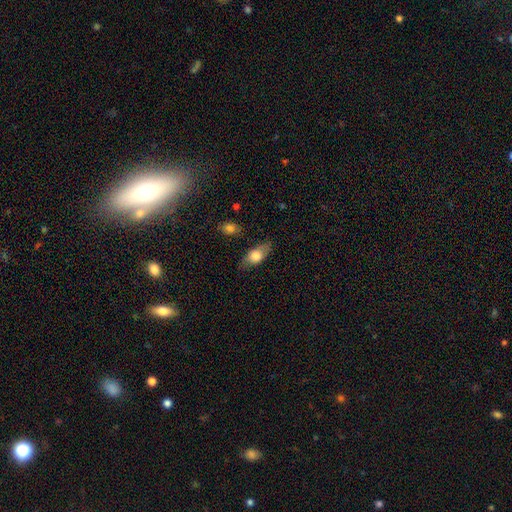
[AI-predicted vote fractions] A smooth galaxy with no disk features (71%) that is in between round and cigar-shaped (83%).

Vote fractions:
- Smooth or featured? smooth: 71% / featured or disk: 23% / star or artifact: 7%
- How rounded? in between: 83% / cigar-shaped: 11% / round: 6%
- Merging? none: 76% / minor disturbance: 18% / major disturbance: 4% / merger: 2%